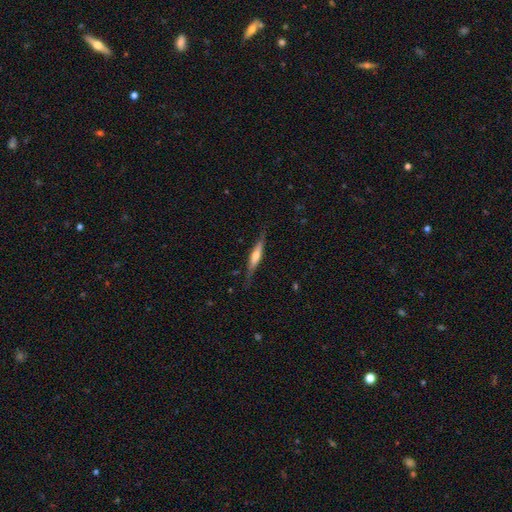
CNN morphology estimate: Smooth or featured: featured or disk — 60% (smooth — 35%)
Edge-on disk: yes — 94% (no — 6%)
Edge-on bulge: rounded — 77% (none — 12%)
Merging: none — 80% (minor disturbance — 15%)